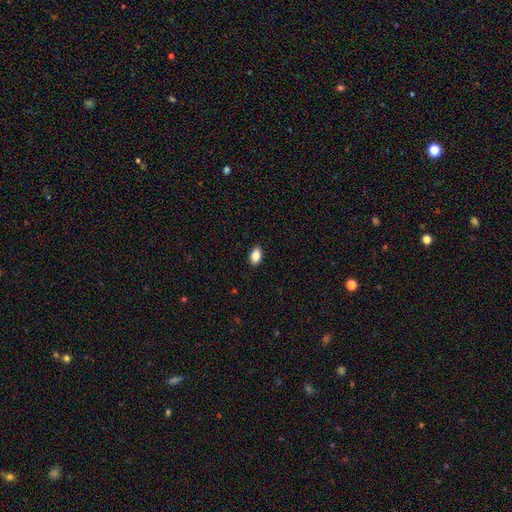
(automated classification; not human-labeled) This appears to be a smooth galaxy with no disk features (86%) that is in between round and cigar-shaped (90%). Merging: none (89%).